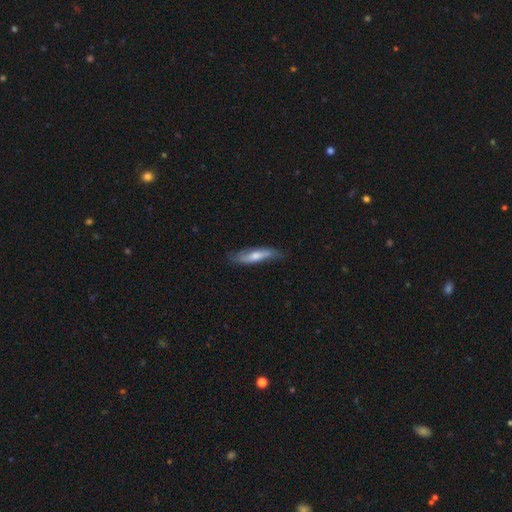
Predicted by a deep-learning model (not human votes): Smooth or featured: featured or disk — 48% (smooth — 44%)
Merging: none — 77% (minor disturbance — 18%)